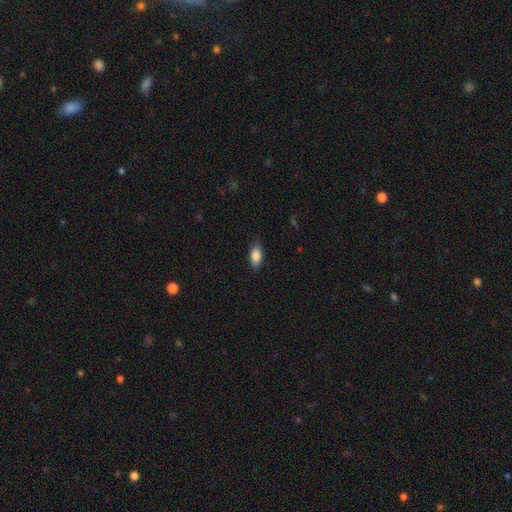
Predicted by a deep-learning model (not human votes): This appears to be a smooth galaxy with no disk features (86%) that is in between round and cigar-shaped (88%). Merging: none (83%).